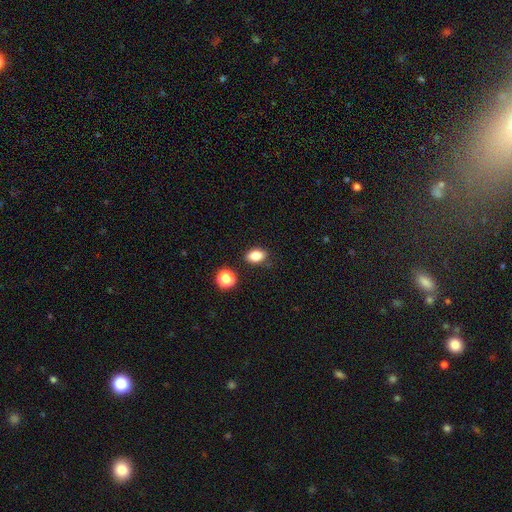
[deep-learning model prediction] Overall: smooth (84%). How rounded: in between (84%). Merging: none (83%).